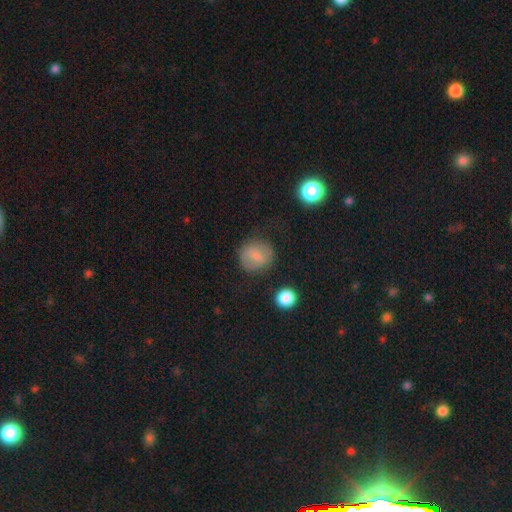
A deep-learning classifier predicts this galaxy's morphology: Smooth or featured?
  - smooth: 69% *
  - featured or disk: 22%
  - star or artifact: 9%
How rounded?
  - round: 82% *
  - in between: 17%
  - cigar-shaped: 1%
Merging?
  - none: 77% *
  - minor disturbance: 15%
  - major disturbance: 6%
  - merger: 2%